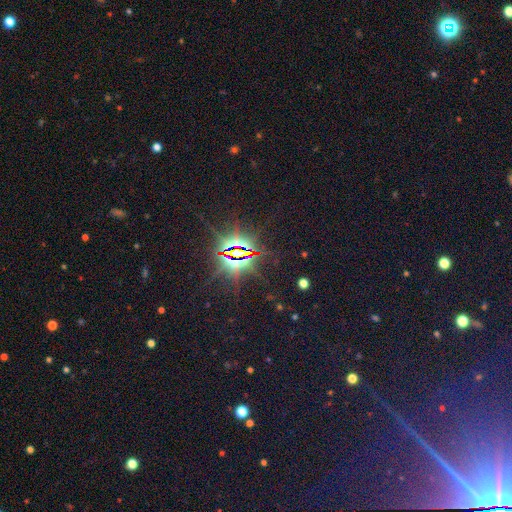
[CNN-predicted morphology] type=star or artifact (80%).